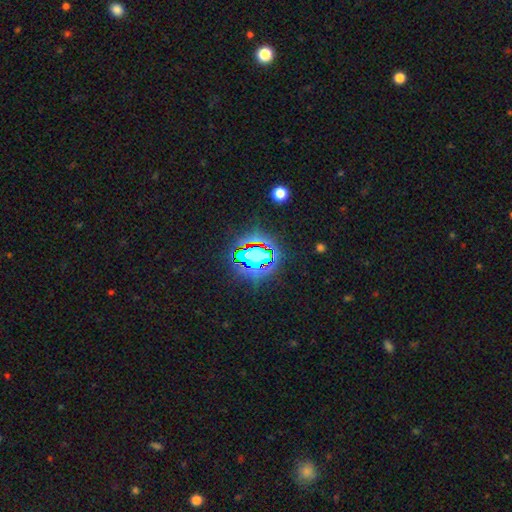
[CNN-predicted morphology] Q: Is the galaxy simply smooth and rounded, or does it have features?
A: star or artifact — 67%.